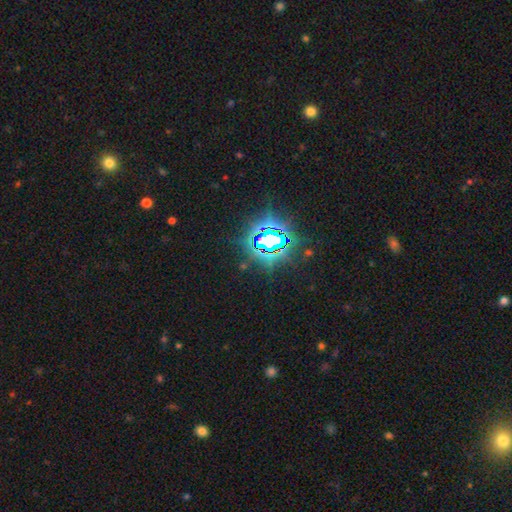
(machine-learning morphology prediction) Smooth or featured? star or artifact (85%)